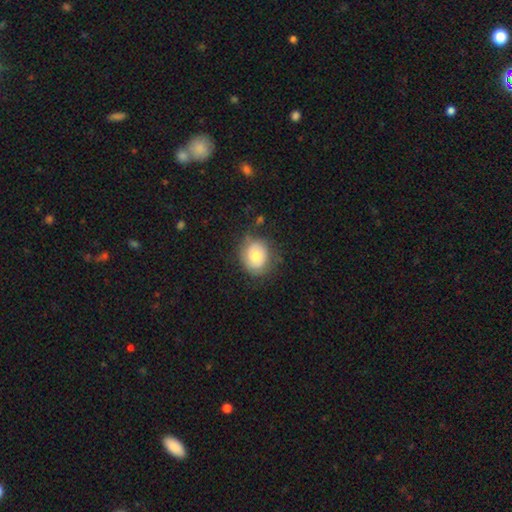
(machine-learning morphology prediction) type=smooth (68%); roundness=round (65%); merging=none (70%).